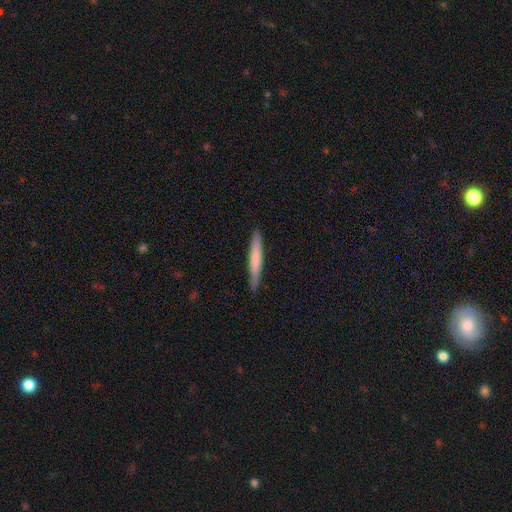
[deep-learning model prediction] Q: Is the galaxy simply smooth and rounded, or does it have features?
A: smooth — 51%.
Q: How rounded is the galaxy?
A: cigar-shaped — 96%.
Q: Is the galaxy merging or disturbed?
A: none — 91%.